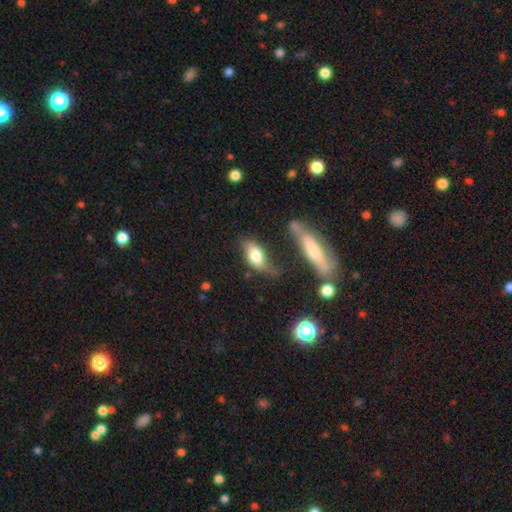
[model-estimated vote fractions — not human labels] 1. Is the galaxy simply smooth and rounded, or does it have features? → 65% smooth, 28% featured or disk, 8% star or artifact.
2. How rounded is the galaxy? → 83% in between, 11% cigar-shaped, 6% round.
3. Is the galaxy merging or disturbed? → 52% none, 25% minor disturbance, 12% merger, 11% major disturbance.